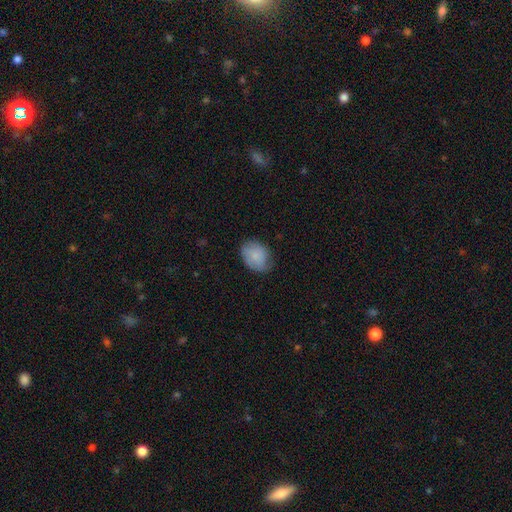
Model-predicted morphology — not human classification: Smooth or featured? smooth (81%)
How rounded? in between (63%)
Merging? none (67%)